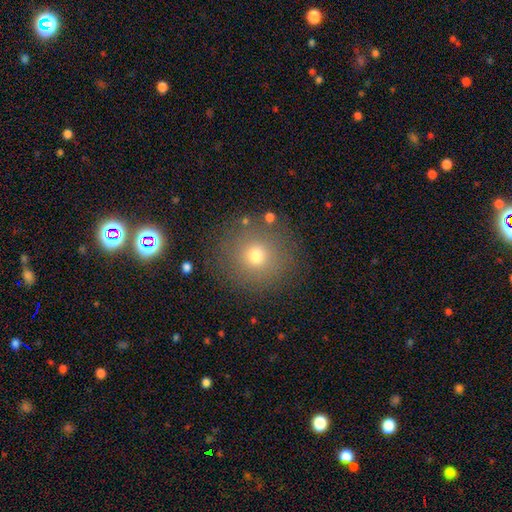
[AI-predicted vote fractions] The model was most divided on "smooth or featured": smooth: 71%, star or artifact: 17%, featured or disk: 12%. More confident: how rounded — round (91%); merging — none (86%).